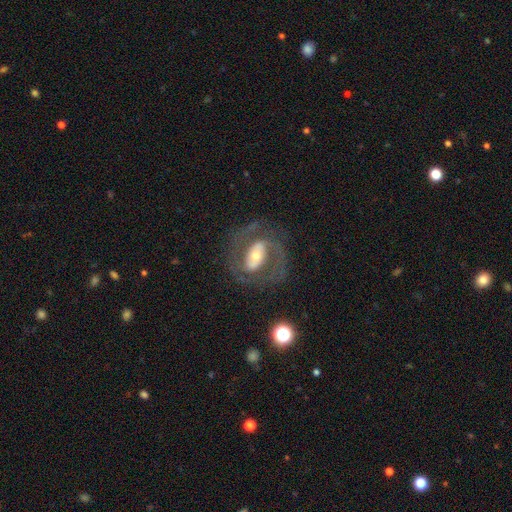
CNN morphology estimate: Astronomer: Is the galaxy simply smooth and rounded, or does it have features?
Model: featured or disk — 79%.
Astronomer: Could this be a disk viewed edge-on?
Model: no — 96%.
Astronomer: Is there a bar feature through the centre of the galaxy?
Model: no — 34% (runner-up: strong, 33%).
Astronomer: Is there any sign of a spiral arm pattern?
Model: yes — 80%.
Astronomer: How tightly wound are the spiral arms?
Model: medium — 52% (runner-up: tight, 30%).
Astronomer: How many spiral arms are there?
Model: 2 — 83%.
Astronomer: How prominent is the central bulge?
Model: moderate — 55% (runner-up: small, 32%).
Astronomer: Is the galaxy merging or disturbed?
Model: none — 68%.